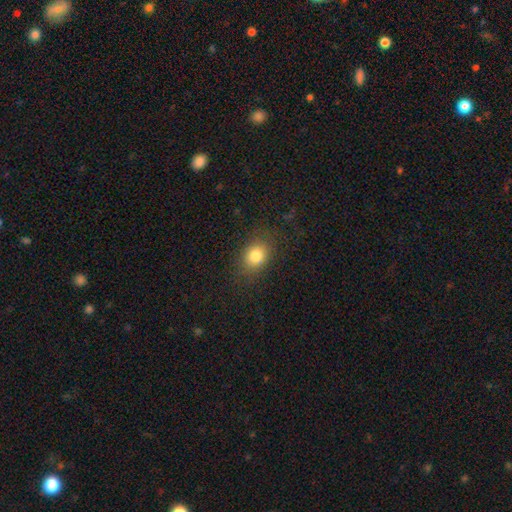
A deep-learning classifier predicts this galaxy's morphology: Overall: smooth (81%). How rounded: in between (61%; round 38%). Merging: none (82%).